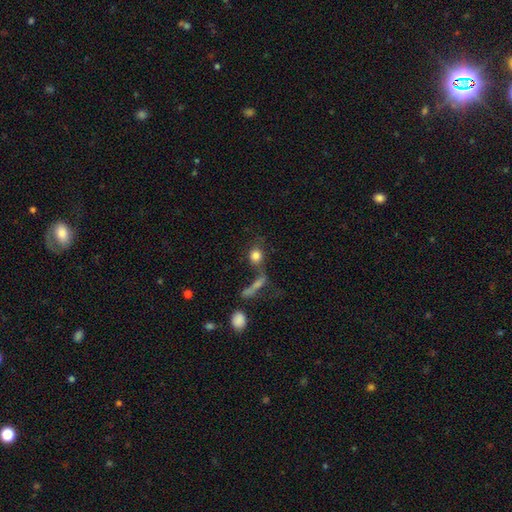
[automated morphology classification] Smooth or featured? smooth (78%)
How rounded? round (69%)
Merging? none (43%)